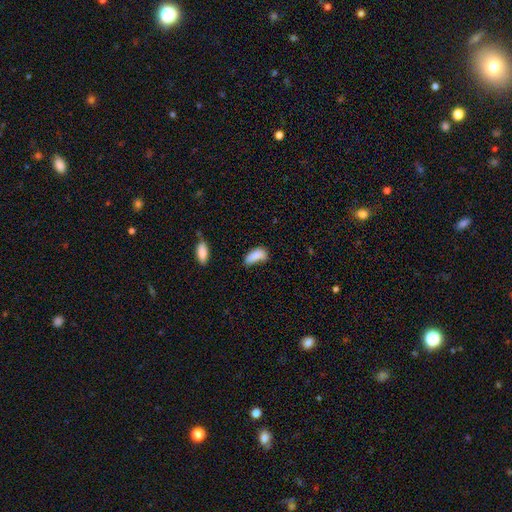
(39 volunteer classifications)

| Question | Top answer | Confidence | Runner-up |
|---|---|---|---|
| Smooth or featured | smooth | 85% | star or artifact (10%) |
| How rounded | in between | 88% | round (6%) |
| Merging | none | 49% | minor disturbance (37%) |